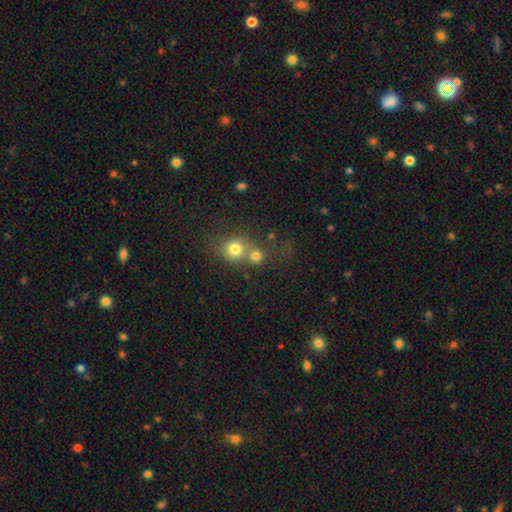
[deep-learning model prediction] This appears to be a smooth galaxy with no disk features (75%) that is round (84%). Merging: merger (49%).